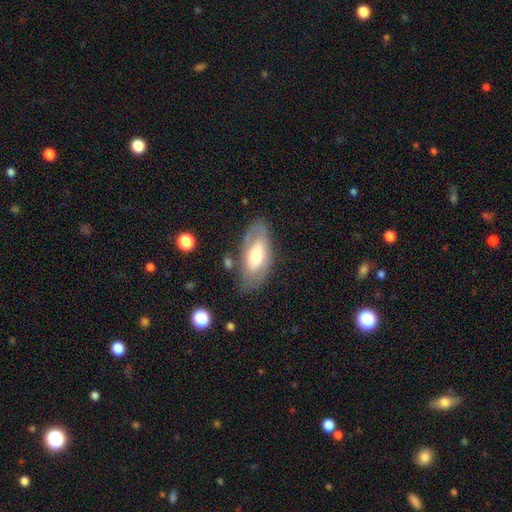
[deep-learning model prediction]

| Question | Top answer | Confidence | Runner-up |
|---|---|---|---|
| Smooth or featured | featured or disk | 53% | smooth (41%) |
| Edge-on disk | no | 84% | yes (16%) |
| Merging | none | 73% | minor disturbance (17%) |